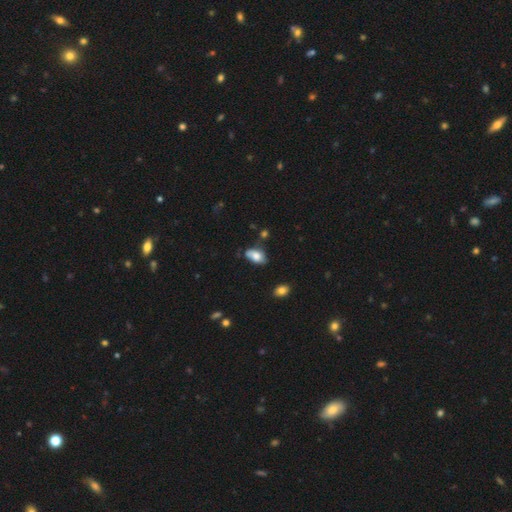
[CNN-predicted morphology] This is likely a smooth galaxy (75%). How rounded: clearly in between (92%). Merging: possibly none (50%).